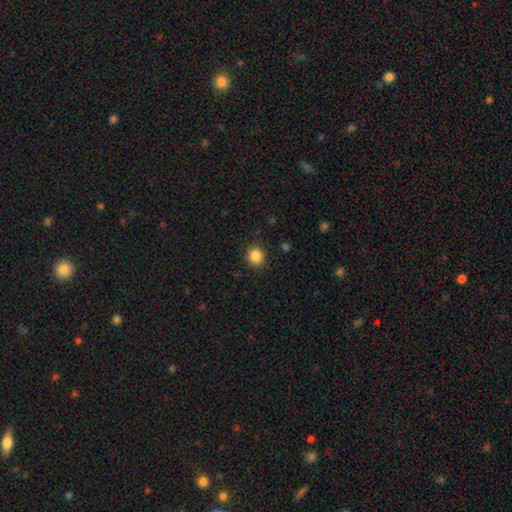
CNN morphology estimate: A smooth galaxy with no disk features (86%) that is round (90%).

Vote fractions:
- Smooth or featured? smooth: 86% / star or artifact: 11% / featured or disk: 4%
- How rounded? round: 90% / in between: 9% / cigar-shaped: 1%
- Merging? none: 90% / minor disturbance: 6% / major disturbance: 2% / merger: 1%